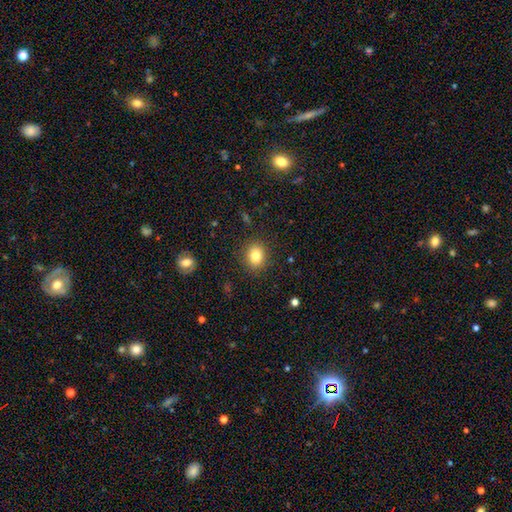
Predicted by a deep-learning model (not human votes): Smooth or featured: smooth — 81% (star or artifact — 11%)
How rounded: round — 60% (in between — 39%)
Merging: none — 88% (minor disturbance — 8%)